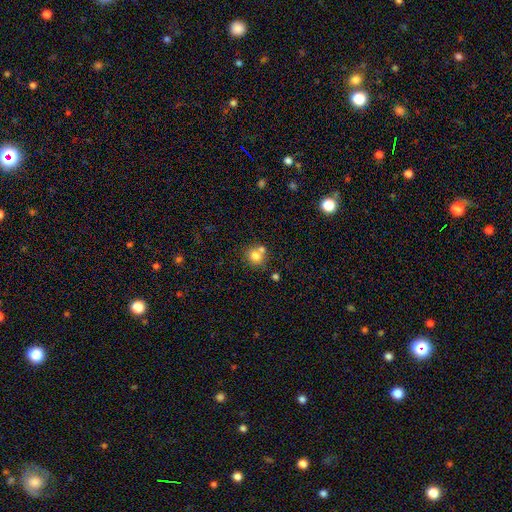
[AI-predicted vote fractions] Smooth or featured? smooth (77%)
How rounded? round (84%)
Merging? none (57%)